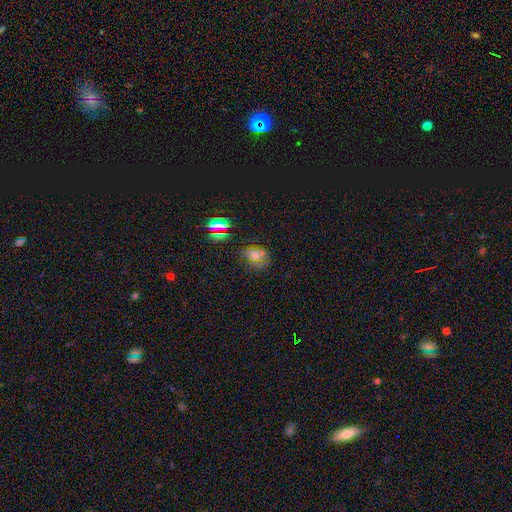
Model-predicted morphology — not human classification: smooth-or-featured: smooth: 53% | star or artifact: 32% | featured or disk: 15%
  how-rounded: in between: 64% | round: 34% | cigar-shaped: 2%
  merging: none: 65% | minor disturbance: 21% | major disturbance: 9% | merger: 4%